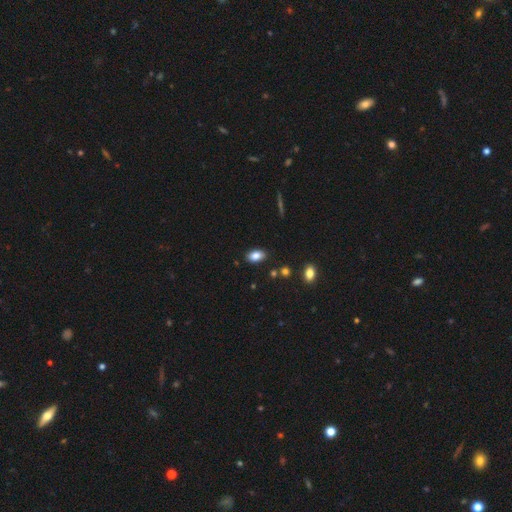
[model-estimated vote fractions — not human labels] smooth 84%, star or artifact 9%, featured or disk 8%. Down the decision tree: how rounded — in between (91%); merging — none (85%).